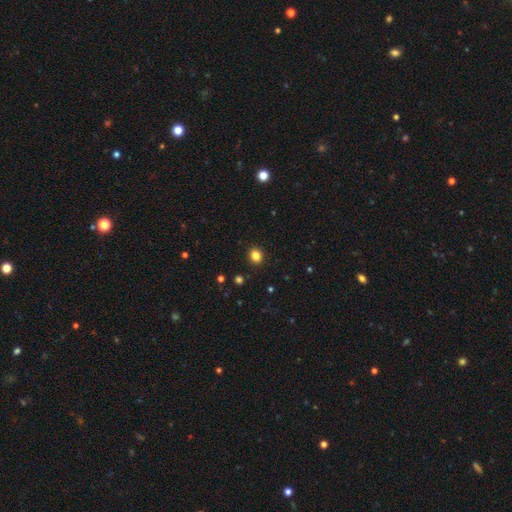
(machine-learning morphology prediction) This appears to be a smooth galaxy with no disk features (83%) that is round (74%). Merging: none (92%).